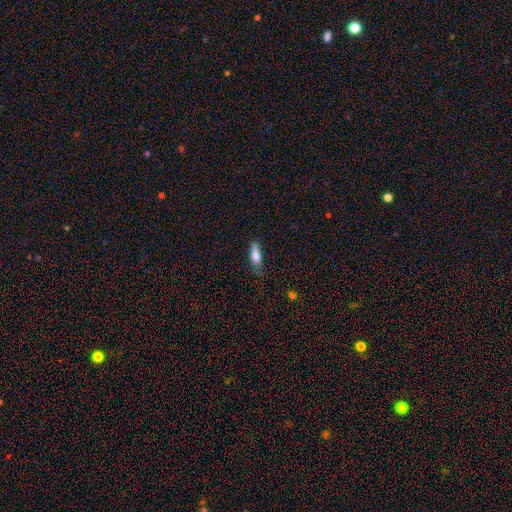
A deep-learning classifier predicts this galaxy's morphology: Overall: smooth (76%). How rounded: in between (56%; cigar-shaped 41%). Merging: none (57%; minor disturbance 31%).